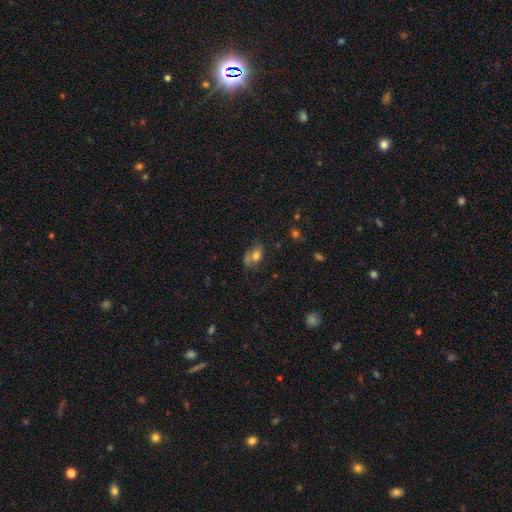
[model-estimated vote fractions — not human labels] Q: Smooth or featured?
A: smooth (71%); runner-up: featured or disk (17%)
Q: How rounded?
A: in between (78%); runner-up: round (20%)
Q: Merging?
A: none (41%); runner-up: minor disturbance (28%)